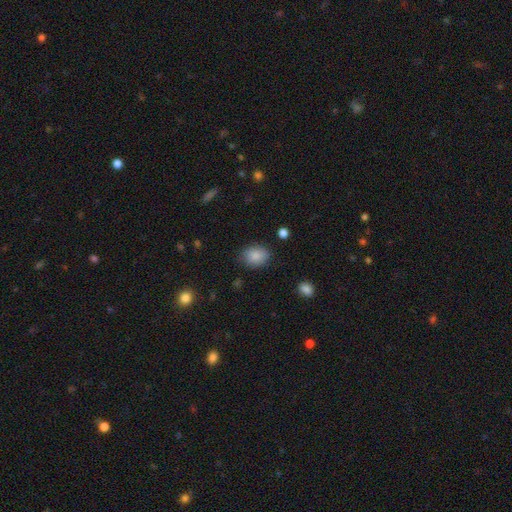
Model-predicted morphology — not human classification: Overall: smooth (87%). How rounded: in between (58%; round 41%). Merging: none (80%).